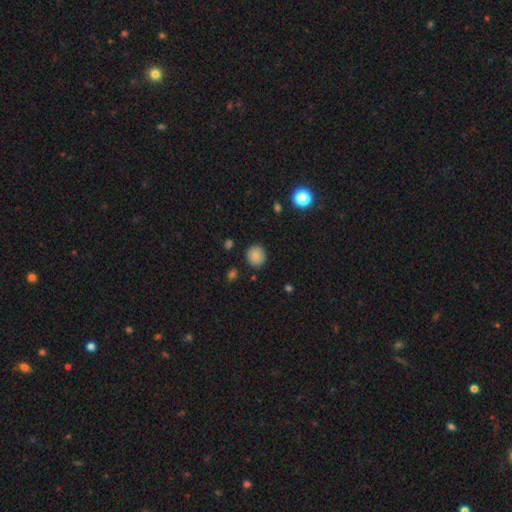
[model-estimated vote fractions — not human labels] Smooth or featured?
  - smooth: 82% *
  - star or artifact: 10%
  - featured or disk: 8%
How rounded?
  - round: 91% *
  - in between: 8%
  - cigar-shaped: 1%
Merging?
  - none: 88% *
  - minor disturbance: 8%
  - major disturbance: 2%
  - merger: 2%